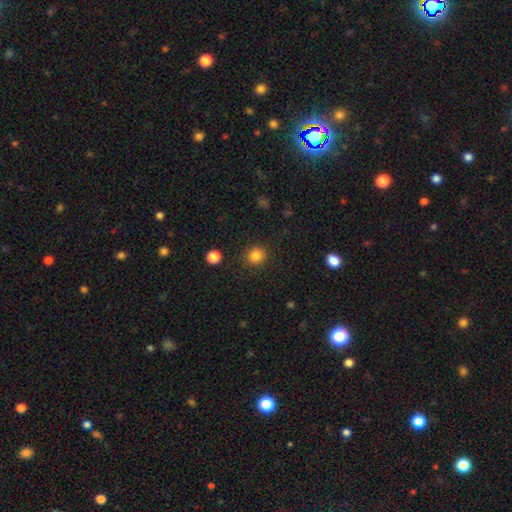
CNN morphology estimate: The model was most divided on "smooth or featured": smooth: 84%, star or artifact: 12%, featured or disk: 4%. More confident: merging — none (89%); how rounded — round (87%).